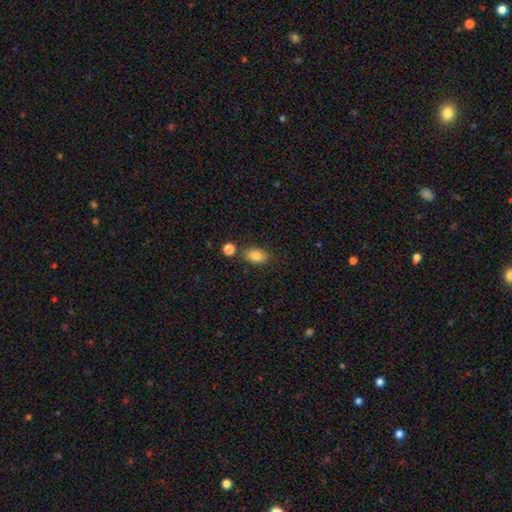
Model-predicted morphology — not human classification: The model was most divided on "merging": none: 77%, minor disturbance: 13%, merger: 6%, major disturbance: 3%. More confident: how rounded — in between (86%); smooth or featured — smooth (84%).